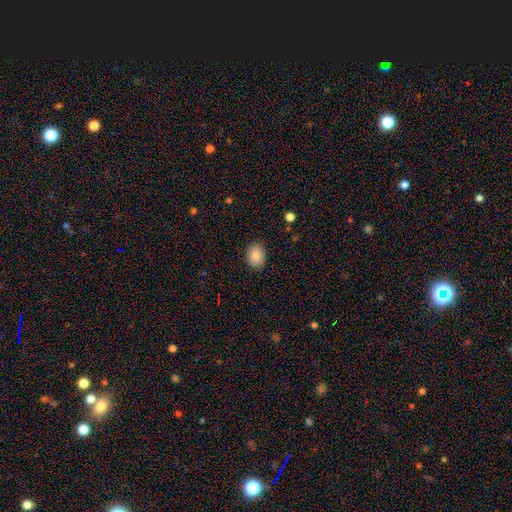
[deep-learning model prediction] smooth-or-featured: smooth: 87% | star or artifact: 8% | featured or disk: 6%
  how-rounded: in between: 63% | round: 36% | cigar-shaped: 1%
  merging: none: 89% | minor disturbance: 8% | major disturbance: 2% | merger: 1%